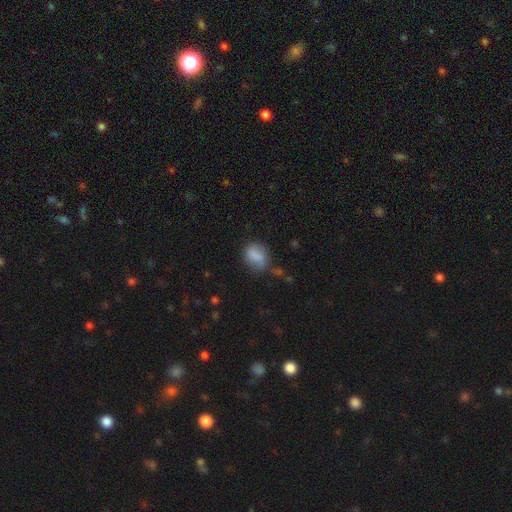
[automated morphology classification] Q: Smooth or featured?
A: smooth (79%); runner-up: featured or disk (12%)
Q: How rounded?
A: in between (59%); runner-up: round (39%)
Q: Merging?
A: none (60%); runner-up: minor disturbance (25%)